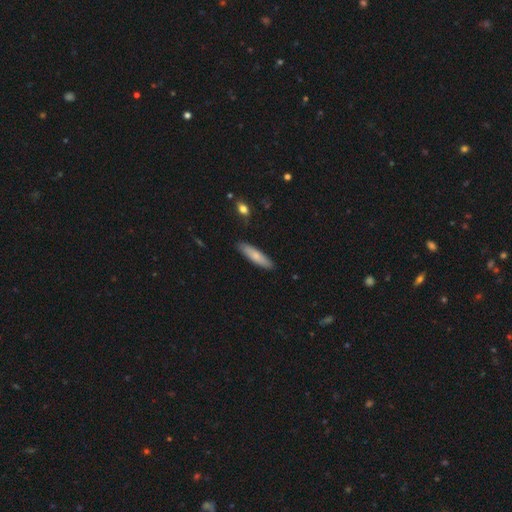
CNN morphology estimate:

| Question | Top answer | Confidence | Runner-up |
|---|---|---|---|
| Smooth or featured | smooth | 74% | featured or disk (20%) |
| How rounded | cigar-shaped | 78% | in between (21%) |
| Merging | none | 88% | minor disturbance (9%) |